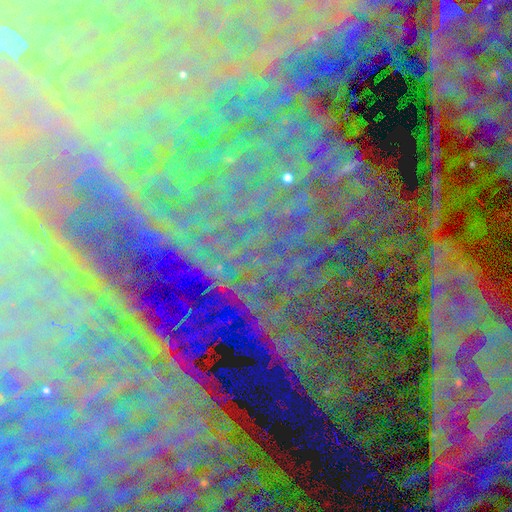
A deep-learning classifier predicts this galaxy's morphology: smooth-or-featured: star or artifact: 85% | featured or disk: 9% | smooth: 6%